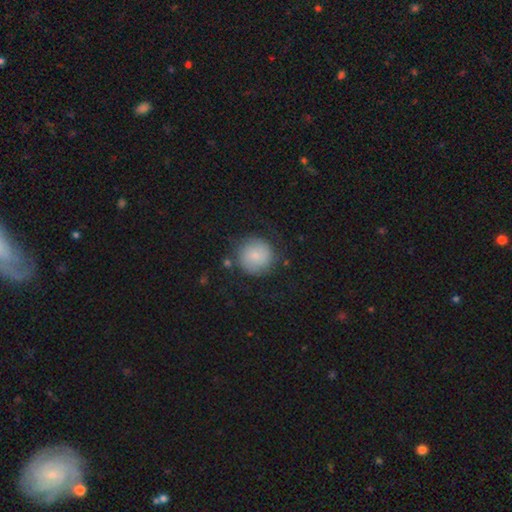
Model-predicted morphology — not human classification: smooth 79%, featured or disk 14%, star or artifact 7%. Down the decision tree: how rounded — round (94%); merging — none (78%).